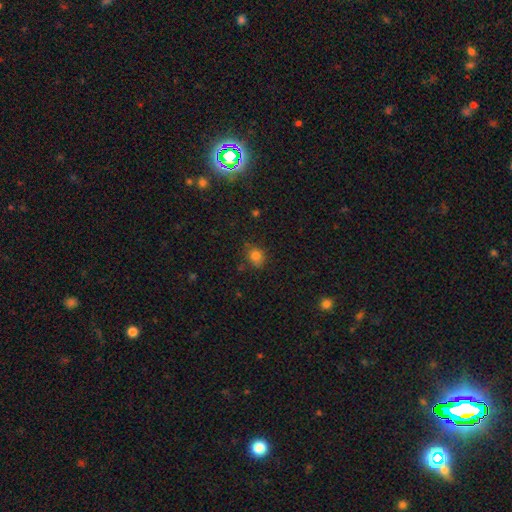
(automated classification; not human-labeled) smooth 80%, star or artifact 13%, featured or disk 7%. Down the decision tree: how rounded — round (59%); merging — none (68%).